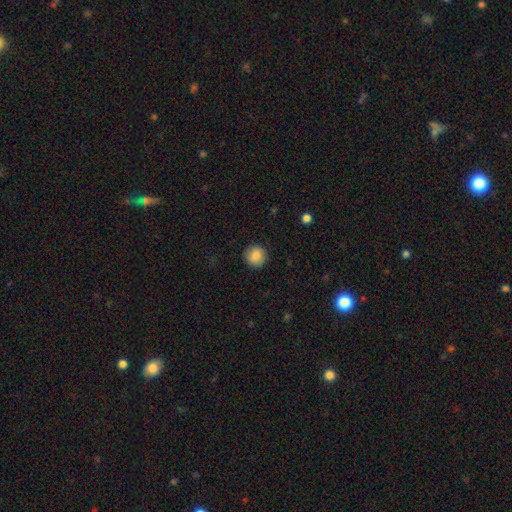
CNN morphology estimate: The model was most divided on "smooth or featured": smooth: 85%, star or artifact: 8%, featured or disk: 6%. More confident: how rounded — round (93%); merging — none (89%).